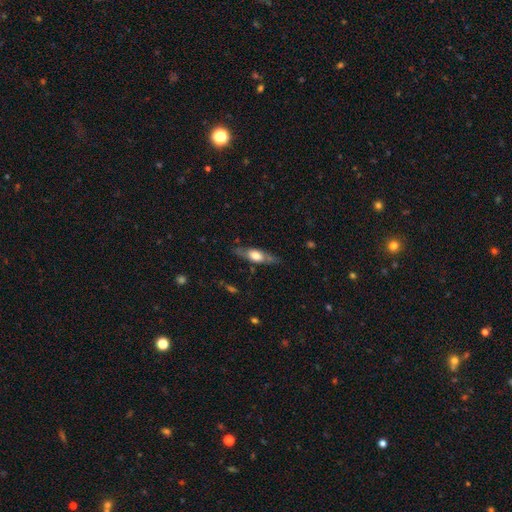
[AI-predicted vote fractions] featured or disk 49%, smooth 45%, star or artifact 6%. Down the decision tree: merging — none (75%).